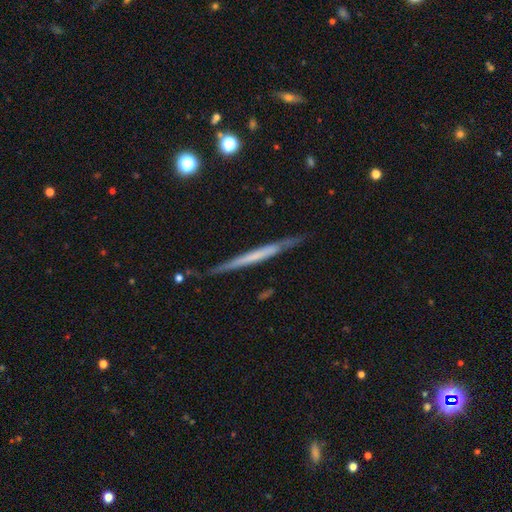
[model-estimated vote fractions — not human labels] The model was most divided on "smooth or featured": featured or disk: 59%, smooth: 36%, star or artifact: 6%. More confident: edge-on disk — yes (96%); edge-on bulge — none (84%); merging — none (82%).